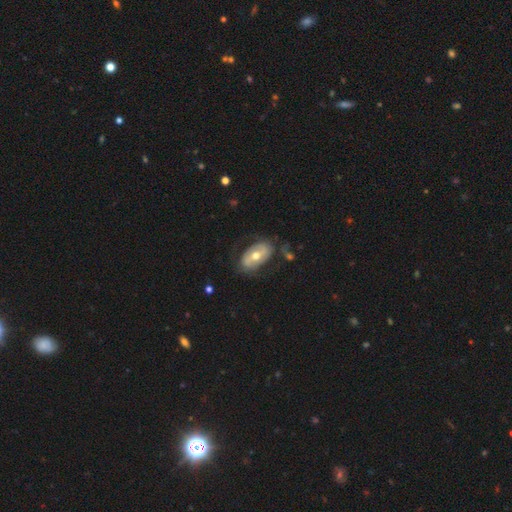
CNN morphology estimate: A featured or disk galaxy (55%) with no bar (49%), no spiral arms (58%) and a moderate central bulge (76%).

Vote fractions:
- Smooth or featured? featured or disk: 55% / smooth: 39% / star or artifact: 5%
- Edge-on disk? no: 91% / yes: 9%
- Bar? no: 49% / weak: 28% / strong: 23%
- Spiral arms? no: 58% / yes: 42%
- Bulge size? moderate: 76% / small: 16% / large: 6% / dominant: 1% / none: 1%
- Merging? none: 66% / minor disturbance: 20% / major disturbance: 11% / merger: 3%